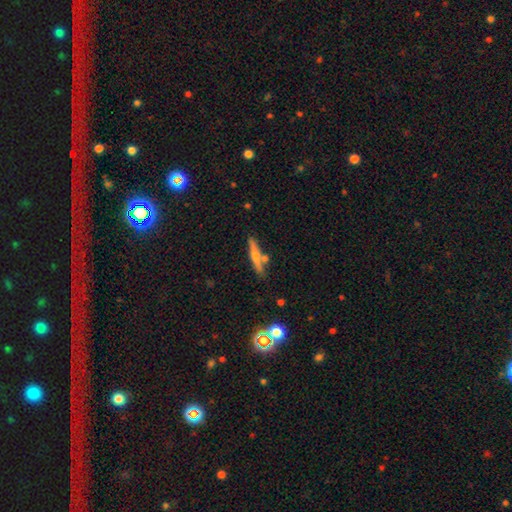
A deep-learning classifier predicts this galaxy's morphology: Smooth or featured: featured or disk — 54% (smooth — 39%)
Edge-on disk: yes — 95% (no — 5%)
Edge-on bulge: rounded — 87% (none — 9%)
Merging: none — 74% (merger — 12%)